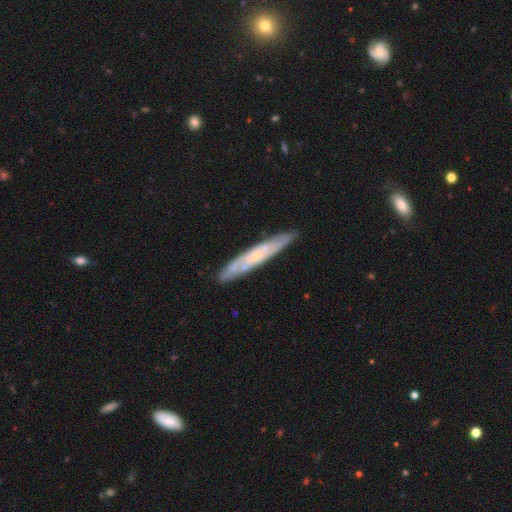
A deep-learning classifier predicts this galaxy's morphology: Smooth or featured?
  - featured or disk: 64% *
  - smooth: 30%
  - star or artifact: 6%
Edge-on disk?
  - yes: 66% *
  - no: 34%
Merging?
  - none: 85% *
  - minor disturbance: 12%
  - major disturbance: 2%
  - merger: 2%